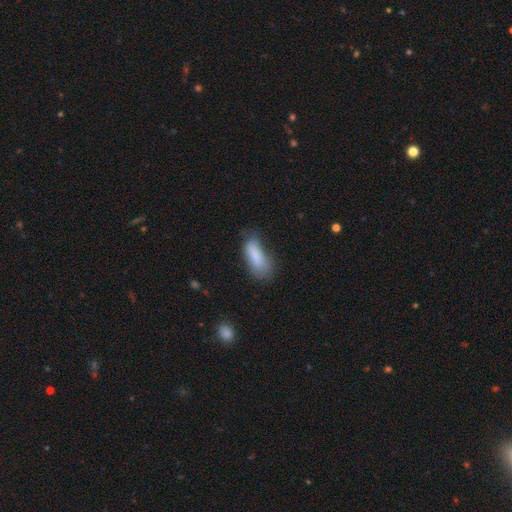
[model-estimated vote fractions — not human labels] This is clearly a smooth galaxy (81%). How rounded: likely in between (73%). Merging: possibly none (48%).